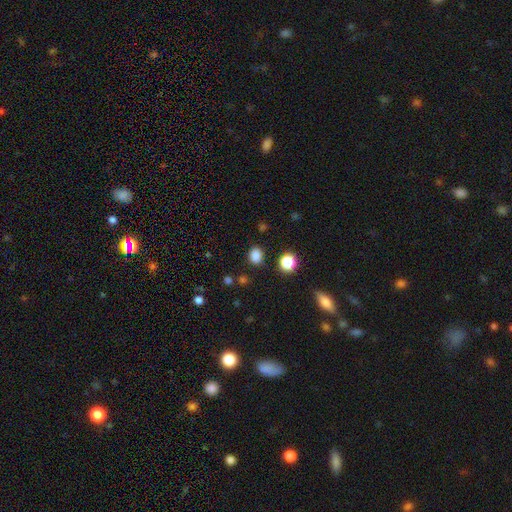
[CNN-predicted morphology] The model was most divided on "how rounded": round: 55%, in between: 44%, cigar-shaped: 1%. More confident: merging — none (85%); smooth or featured — smooth (83%).